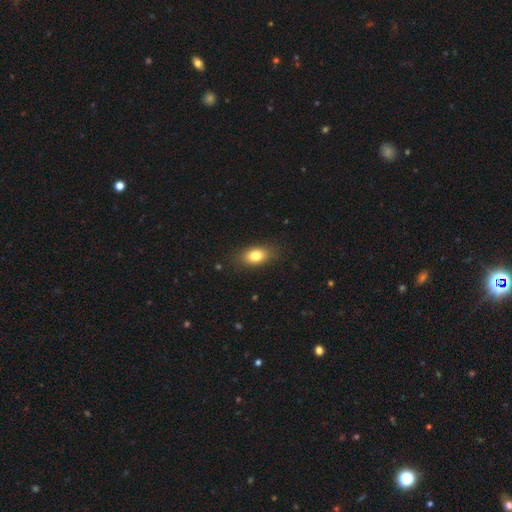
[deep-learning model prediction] smooth 79%, featured or disk 12%, star or artifact 9%. Down the decision tree: how rounded — in between (83%); merging — none (85%).